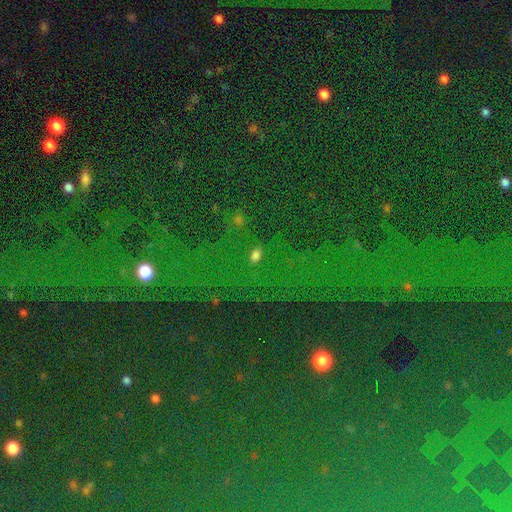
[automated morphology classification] A star or artifact, not a galaxy (56%).

Vote fractions:
- Smooth or featured? star or artifact: 56% / smooth: 34% / featured or disk: 10%